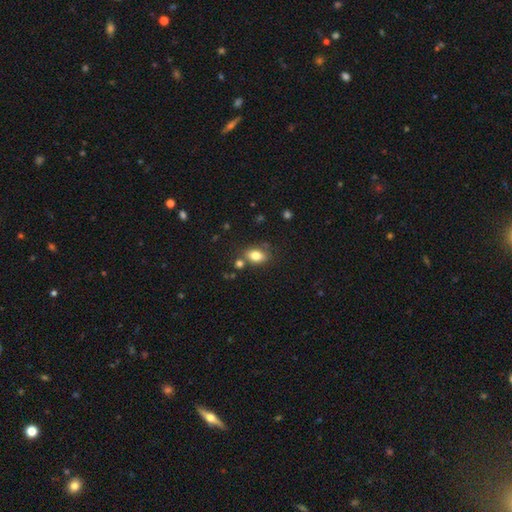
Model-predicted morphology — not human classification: smooth_or_featured: smooth (p=0.81) [alt: star or artifact p=0.10]
how_rounded: in between (p=0.79) [alt: round p=0.20]
merging: none (p=0.72) [alt: minor disturbance p=0.13]